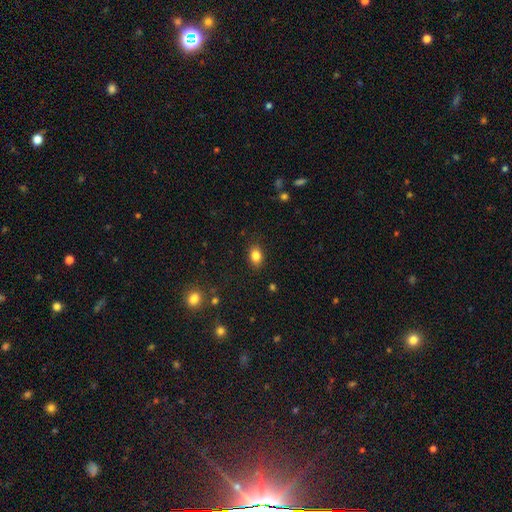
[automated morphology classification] This appears to be a smooth galaxy with no disk features (84%) that is in between round and cigar-shaped (74%). Merging: none (87%).